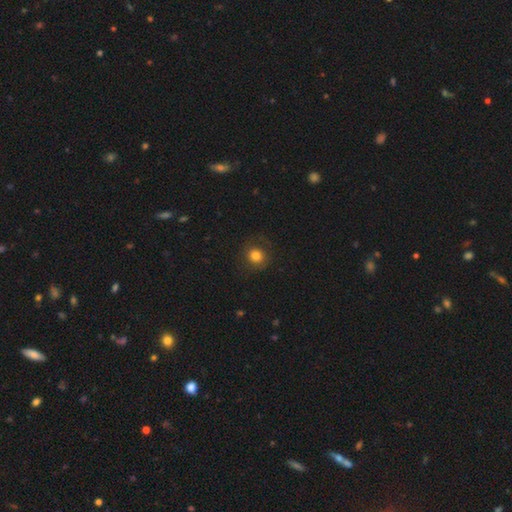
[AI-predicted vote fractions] This is likely a smooth galaxy (80%). How rounded: clearly round (89%). Merging: clearly none (83%).